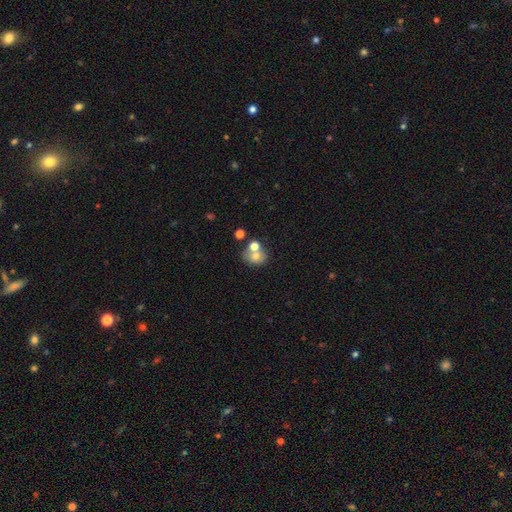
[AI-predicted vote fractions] Smooth or featured: smooth — 66% (featured or disk — 21%)
How rounded: round — 65% (in between — 34%)
Merging: merger — 43% (none — 42%)